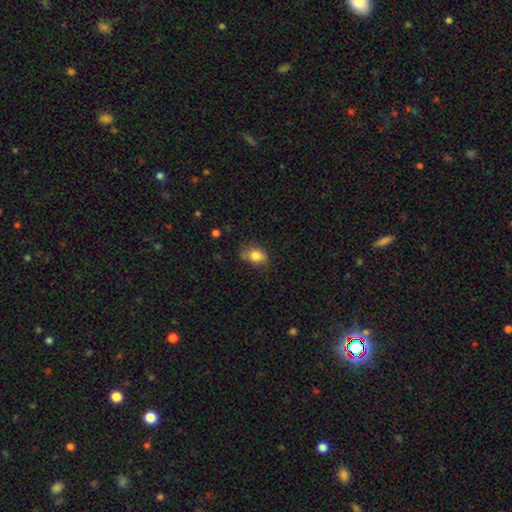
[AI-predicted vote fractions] Smooth or featured?
  - smooth: 83% *
  - featured or disk: 9%
  - star or artifact: 9%
How rounded?
  - in between: 65% *
  - round: 34%
  - cigar-shaped: 1%
Merging?
  - none: 65% *
  - minor disturbance: 26%
  - major disturbance: 7%
  - merger: 2%